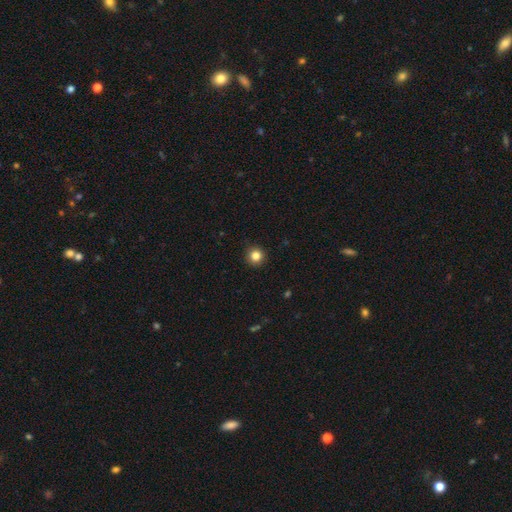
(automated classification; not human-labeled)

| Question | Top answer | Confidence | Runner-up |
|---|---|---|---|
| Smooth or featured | smooth | 84% | star or artifact (12%) |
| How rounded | round | 95% | in between (4%) |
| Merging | none | 92% | minor disturbance (6%) |